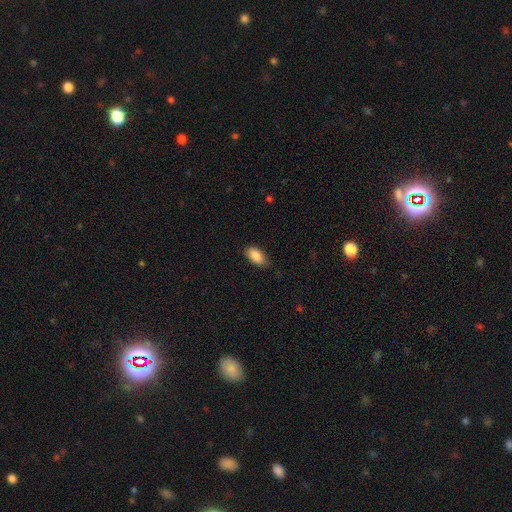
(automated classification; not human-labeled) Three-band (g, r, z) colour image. It shows a smooth galaxy with no disk features (89%) that is in between round and cigar-shaped (92%). Merging: none (75%).